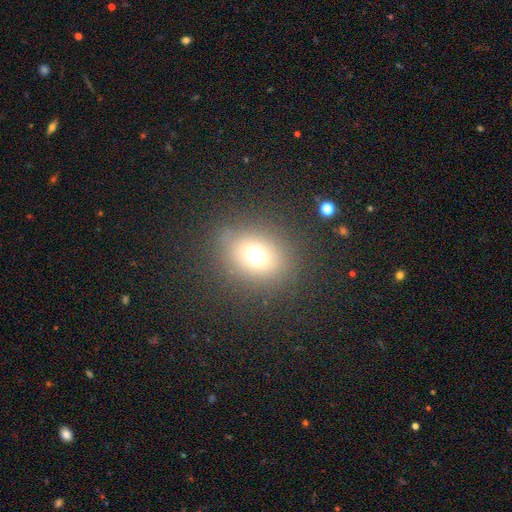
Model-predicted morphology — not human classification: smooth_or_featured: smooth (p=0.65) [alt: star or artifact p=0.22]
how_rounded: round (p=0.66) [alt: in between p=0.33]
merging: none (p=0.83) [alt: minor disturbance p=0.09]